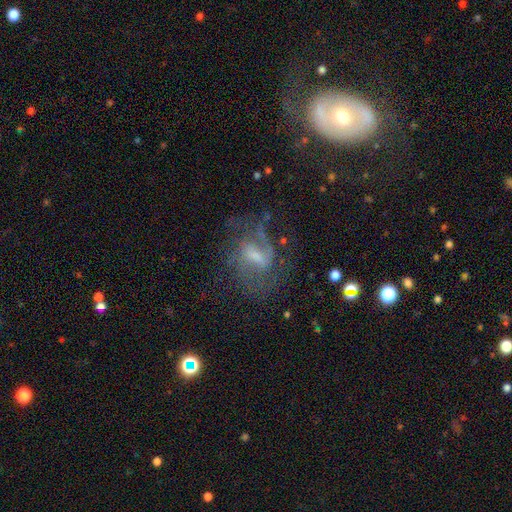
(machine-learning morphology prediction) type=featured or disk (73%); edge-on=no (96%); bar=weak (53%); spiral arms=yes (82%); winding=medium (47%); arm count=2 (45%); bulge=moderate (39%); merging=none (54%).